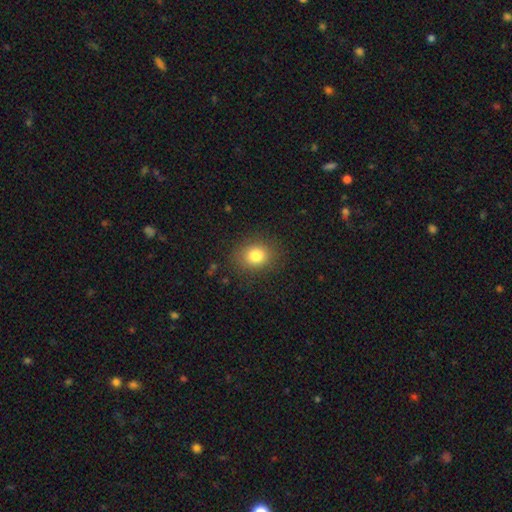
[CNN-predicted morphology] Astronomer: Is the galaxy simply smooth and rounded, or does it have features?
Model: smooth — 81%.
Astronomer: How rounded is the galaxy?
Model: round — 56% (runner-up: in between, 43%).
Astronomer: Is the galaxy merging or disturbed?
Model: none — 86%.